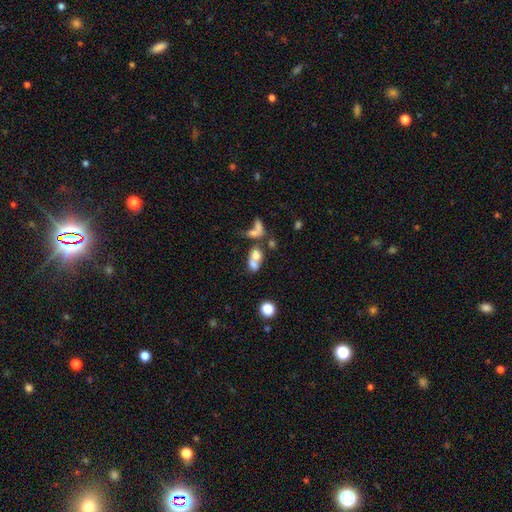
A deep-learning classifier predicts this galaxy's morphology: A smooth galaxy with no disk features (64%) that is in between round and cigar-shaped (52%).

Vote fractions:
- Smooth or featured? smooth: 64% / featured or disk: 23% / star or artifact: 13%
- How rounded? in between: 52% / round: 45% / cigar-shaped: 3%
- Merging? merger: 67% / none: 19% / major disturbance: 8% / minor disturbance: 6%